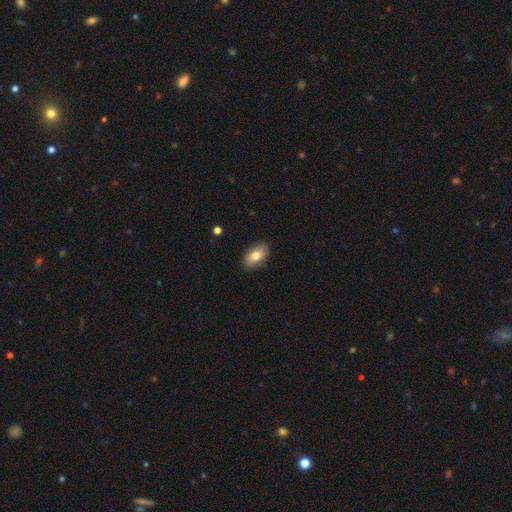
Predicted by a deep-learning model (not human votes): Q: Smooth or featured?
A: smooth (79%); runner-up: featured or disk (14%)
Q: How rounded?
A: in between (92%); runner-up: round (5%)
Q: Merging?
A: none (87%); runner-up: minor disturbance (10%)